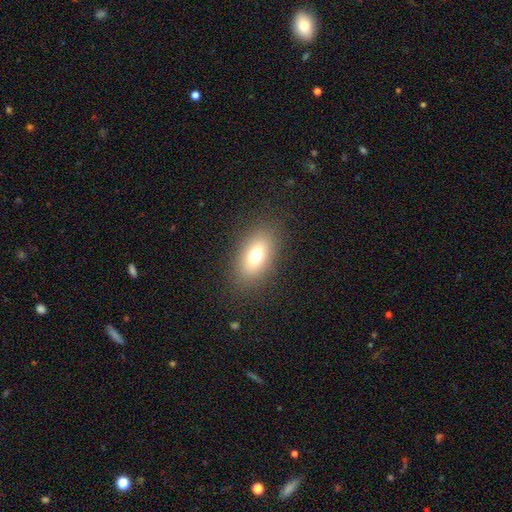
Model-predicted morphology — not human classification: Q: Smooth or featured?
A: smooth (71%); runner-up: featured or disk (16%)
Q: How rounded?
A: in between (84%); runner-up: round (12%)
Q: Merging?
A: none (86%); runner-up: minor disturbance (9%)